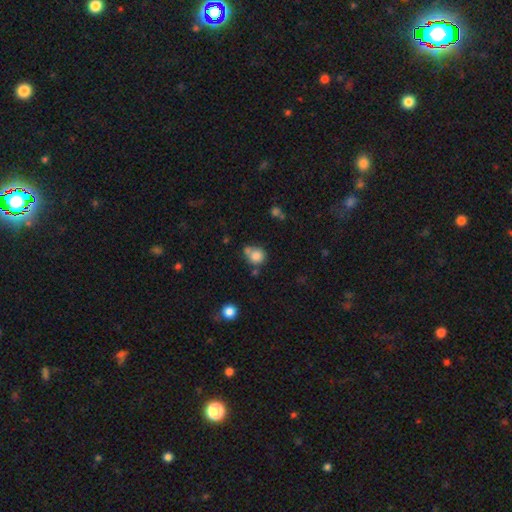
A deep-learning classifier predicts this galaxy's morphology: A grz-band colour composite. It shows a smooth galaxy with no disk features (82%) that is round (85%). Merging: none (54%).